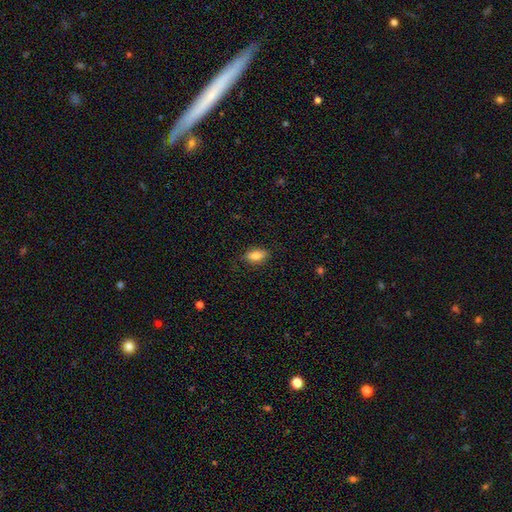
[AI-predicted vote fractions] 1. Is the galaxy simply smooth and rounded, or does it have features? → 84% smooth, 8% featured or disk, 8% star or artifact.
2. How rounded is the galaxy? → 87% in between, 8% cigar-shaped, 4% round.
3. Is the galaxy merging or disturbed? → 82% none, 14% minor disturbance, 3% major disturbance, 1% merger.